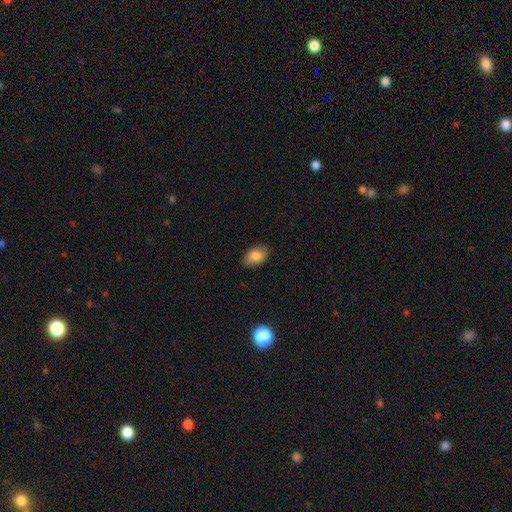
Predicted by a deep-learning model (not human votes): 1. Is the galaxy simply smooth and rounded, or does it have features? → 81% smooth, 10% featured or disk, 8% star or artifact.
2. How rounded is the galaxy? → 87% in between, 12% round, 1% cigar-shaped.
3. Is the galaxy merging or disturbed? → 81% none, 15% minor disturbance, 3% major disturbance, 1% merger.